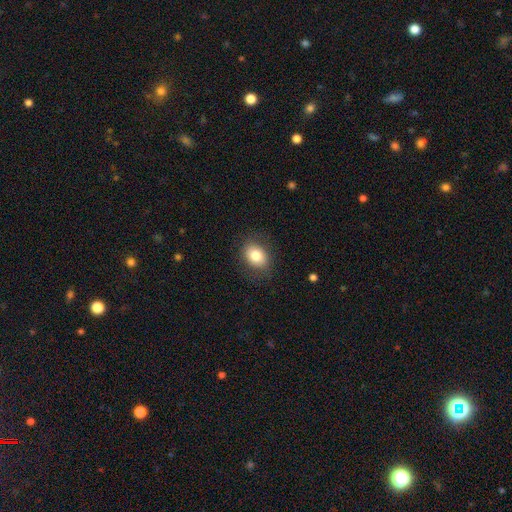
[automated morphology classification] This appears to be a smooth galaxy with no disk features (81%) that is in between round and cigar-shaped (59%). Merging: none (84%).